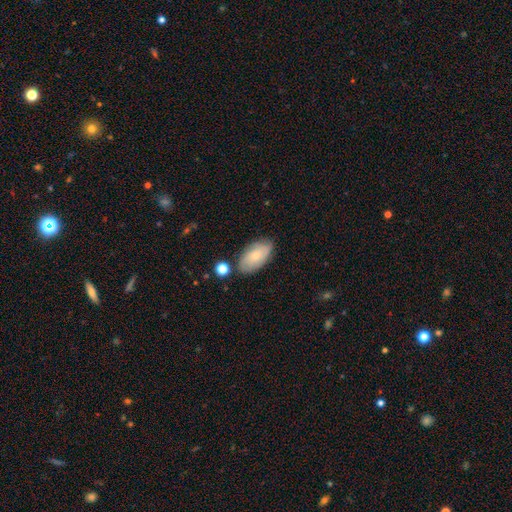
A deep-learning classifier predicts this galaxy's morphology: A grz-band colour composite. It shows a smooth galaxy with no disk features (68%) that is in between round and cigar-shaped (94%). Merging: none (76%).